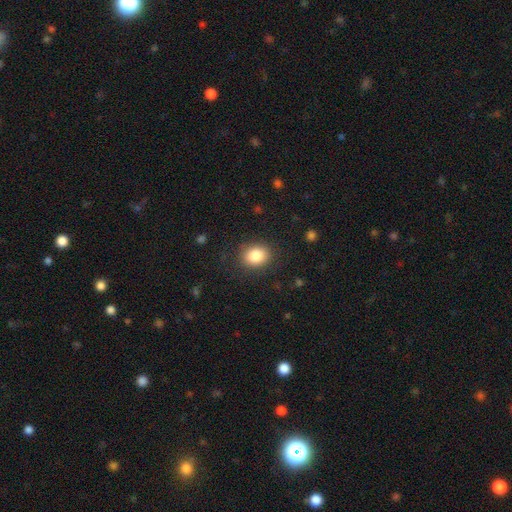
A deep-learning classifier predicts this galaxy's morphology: This is clearly a smooth galaxy (84%). How rounded: possibly round (57%). Merging: clearly none (86%).